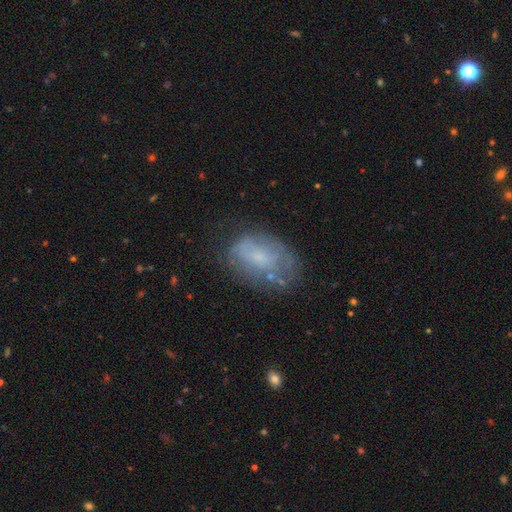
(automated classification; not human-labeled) A smooth galaxy with no disk features (47%).

Vote fractions:
- Smooth or featured? smooth: 47% / featured or disk: 40% / star or artifact: 13%
- Merging? none: 61% / minor disturbance: 24% / major disturbance: 12% / merger: 3%